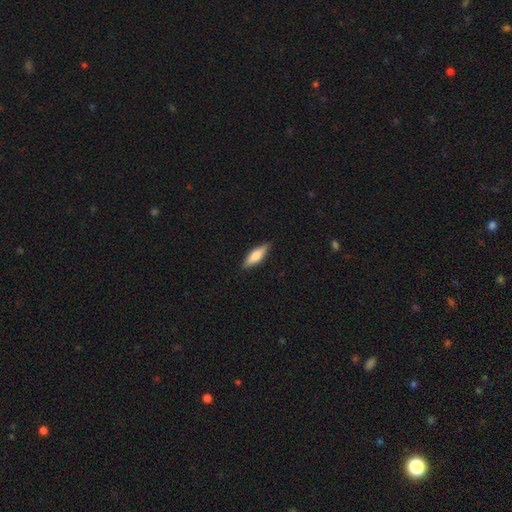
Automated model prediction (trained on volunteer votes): Smooth or featured? Predicted: smooth (p=0.70). How rounded? Predicted: in between (p=0.51). Merging? Predicted: none (p=0.87).